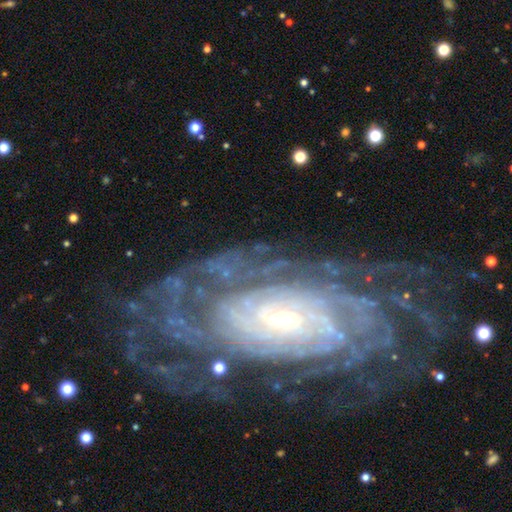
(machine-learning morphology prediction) smooth_or_featured: featured or disk (p=0.90) [alt: star or artifact p=0.06]
disk_edge_on: no (p=0.94) [alt: yes p=0.06]
bar: no (p=0.50) [alt: weak p=0.34]
has_spiral_arms: yes (p=0.97) [alt: no p=0.03]
spiral_winding: tight (p=0.79) [alt: medium p=0.17]
spiral_arm_count: can't tell (p=0.31) [alt: more than 4 p=0.25]
bulge_size: small (p=0.61) [alt: moderate p=0.32]
merging: none (p=0.73) [alt: minor disturbance p=0.16]